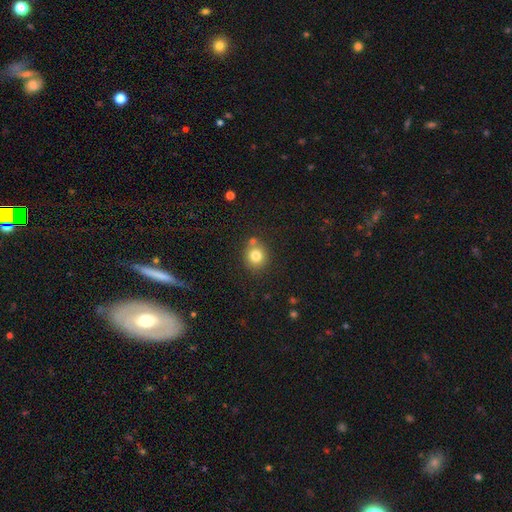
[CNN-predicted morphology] A smooth galaxy with no disk features (79%) that is round (83%). Merging: none (73%).